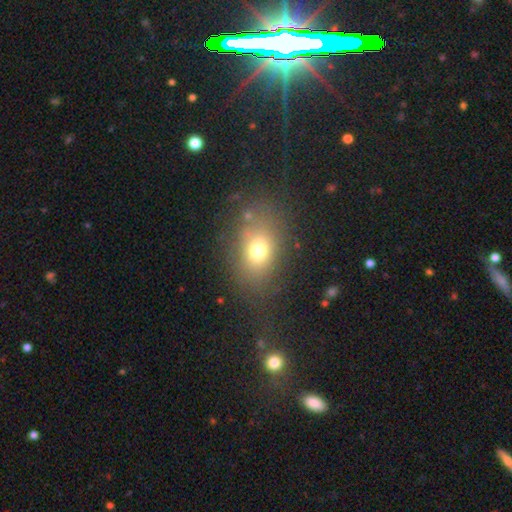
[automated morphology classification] Smooth or featured?
  - smooth: 68% *
  - star or artifact: 19%
  - featured or disk: 13%
How rounded?
  - in between: 67% *
  - round: 31%
  - cigar-shaped: 2%
Merging?
  - none: 70% *
  - minor disturbance: 16%
  - major disturbance: 9%
  - merger: 5%